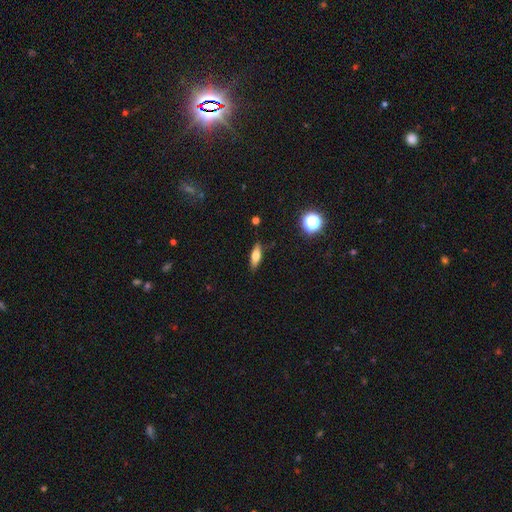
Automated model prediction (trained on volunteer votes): A smooth galaxy with no disk features (63%) that is in between round and cigar-shaped (55%).

Vote fractions:
- Smooth or featured? smooth: 63% / featured or disk: 28% / star or artifact: 9%
- How rounded? in between: 55% / cigar-shaped: 41% / round: 4%
- Merging? none: 86% / minor disturbance: 10% / major disturbance: 2% / merger: 1%